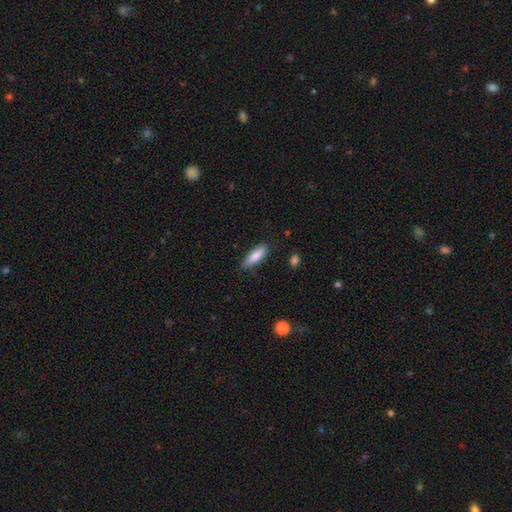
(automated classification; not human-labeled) The model was most divided on "how rounded": cigar-shaped: 51%, in between: 47%, round: 2%. More confident: smooth or featured — smooth (83%); merging — none (80%).